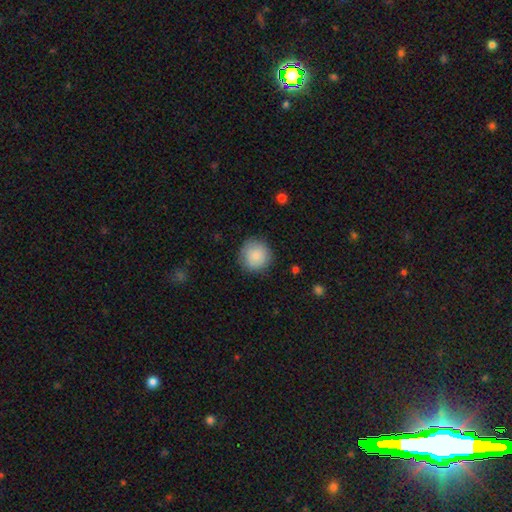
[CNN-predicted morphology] Smooth or featured: smooth — 87% (star or artifact — 7%)
How rounded: round — 94% (in between — 5%)
Merging: none — 87% (minor disturbance — 9%)